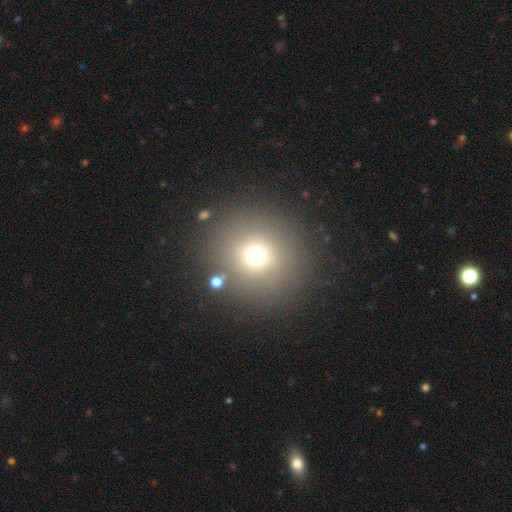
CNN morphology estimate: type=smooth (69%); roundness=round (91%); merging=none (86%).